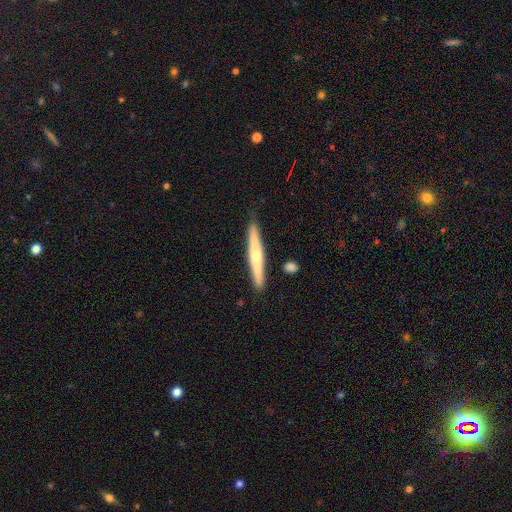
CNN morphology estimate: Smooth or featured? featured or disk (57%)
Edge-on disk? yes (96%)
Edge-on bulge? rounded (78%)
Merging? none (86%)